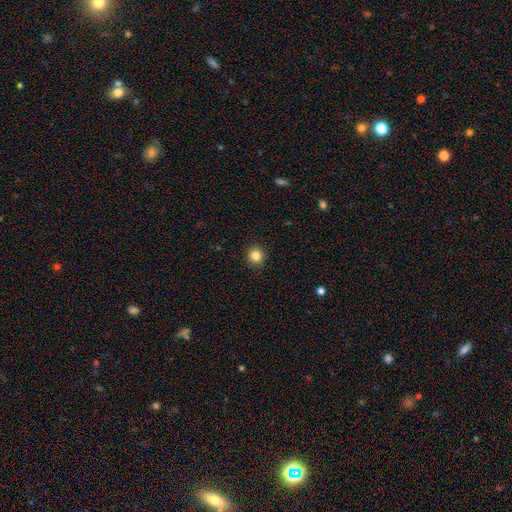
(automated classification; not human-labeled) Smooth or featured: smooth — 85% (star or artifact — 11%)
How rounded: round — 92% (in between — 7%)
Merging: none — 92% (minor disturbance — 5%)